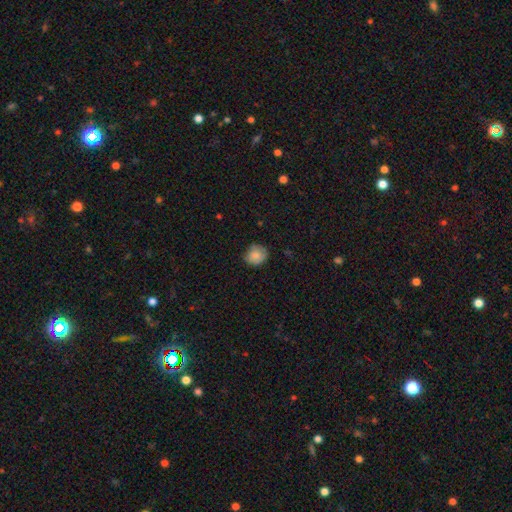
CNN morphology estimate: The model was most divided on "merging": none: 79%, minor disturbance: 17%, major disturbance: 3%, merger: 1%. More confident: smooth or featured — smooth (84%); how rounded — round (81%).